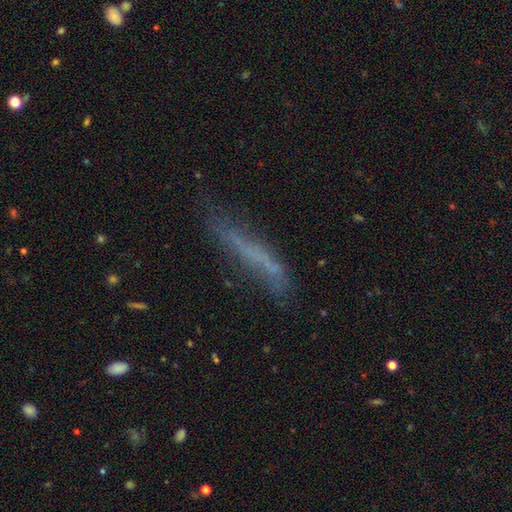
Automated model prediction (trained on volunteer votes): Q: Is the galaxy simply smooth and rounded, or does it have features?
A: smooth — 46%.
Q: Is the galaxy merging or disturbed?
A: none — 55%.